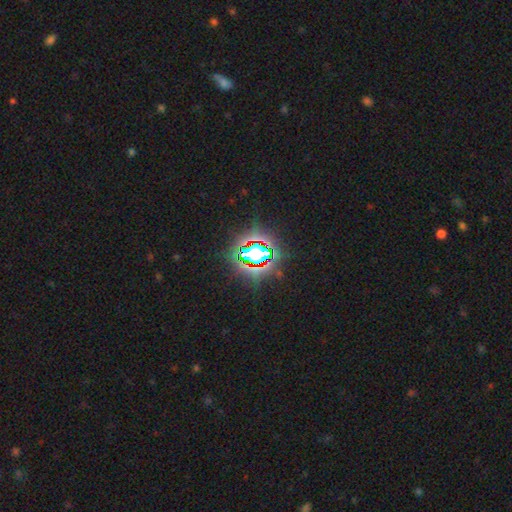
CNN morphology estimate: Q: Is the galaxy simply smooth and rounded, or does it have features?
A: star or artifact — 74%.